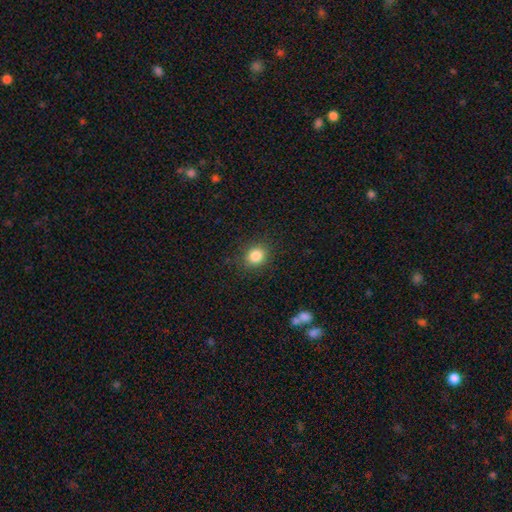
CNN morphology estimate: Smooth or featured: smooth — 84% (star or artifact — 11%)
How rounded: round — 76% (in between — 24%)
Merging: none — 88% (minor disturbance — 8%)